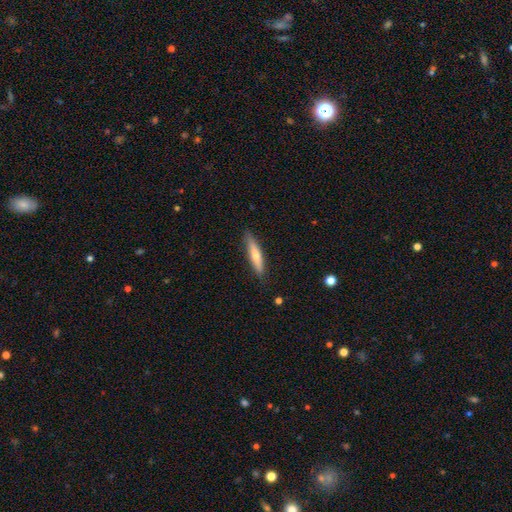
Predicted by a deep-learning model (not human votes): Morphology: type=smooth (64%); roundness=cigar-shaped (86%); merging=none (85%).